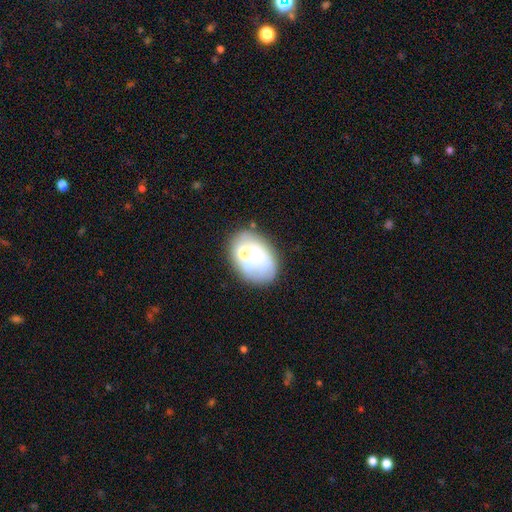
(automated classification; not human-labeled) smooth_or_featured: smooth (p=0.53) [alt: featured or disk p=0.37]
how_rounded: in between (p=0.81) [alt: round p=0.18]
merging: none (p=0.47) [alt: minor disturbance p=0.21]